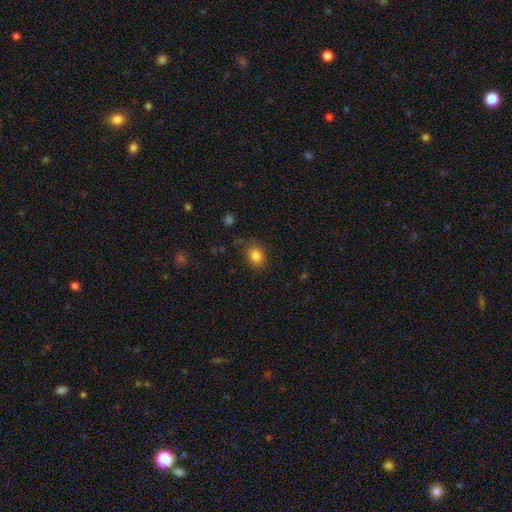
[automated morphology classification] Smooth or featured: smooth — 84% (star or artifact — 10%)
How rounded: in between — 55% (round — 44%)
Merging: none — 76% (minor disturbance — 18%)